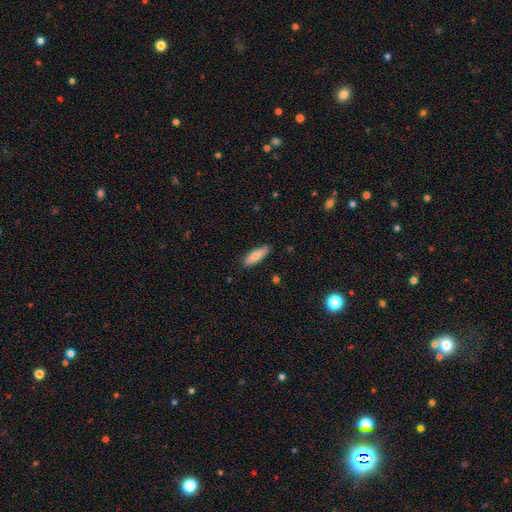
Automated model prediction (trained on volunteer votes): This appears to be a smooth galaxy with no disk features (78%) that is cigar-shaped (49%, tied with in between). Merging: none (84%).